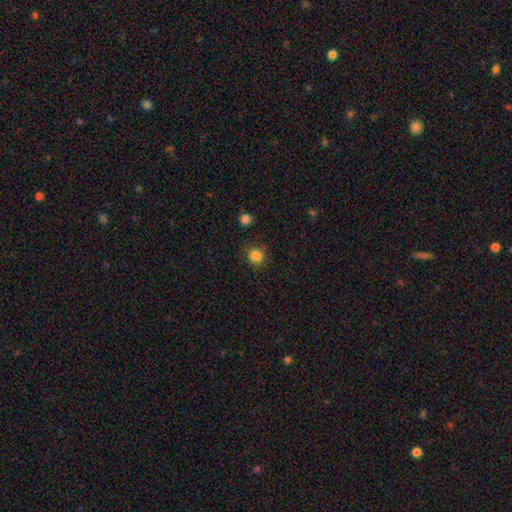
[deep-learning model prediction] smooth 84%, star or artifact 12%, featured or disk 4%. Down the decision tree: how rounded — round (86%); merging — none (82%).